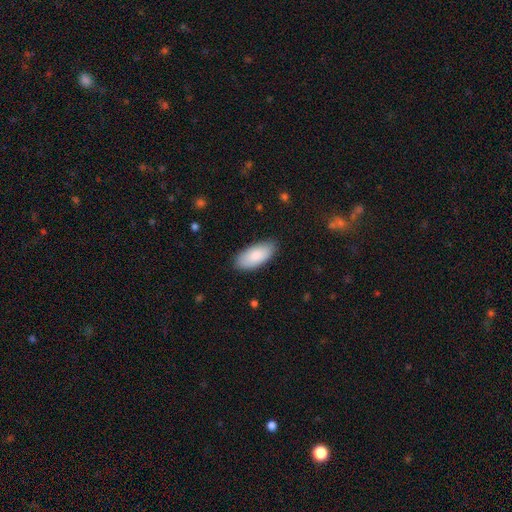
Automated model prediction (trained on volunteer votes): Smooth or featured?
  - smooth: 87% *
  - featured or disk: 8%
  - star or artifact: 5%
How rounded?
  - in between: 91% *
  - cigar-shaped: 8%
  - round: 2%
Merging?
  - none: 85% *
  - minor disturbance: 11%
  - major disturbance: 2%
  - merger: 1%